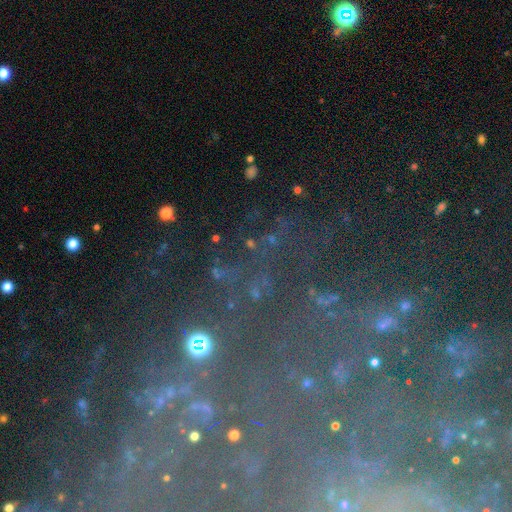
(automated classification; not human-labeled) star or artifact 45%, featured or disk 40%, smooth 15%.